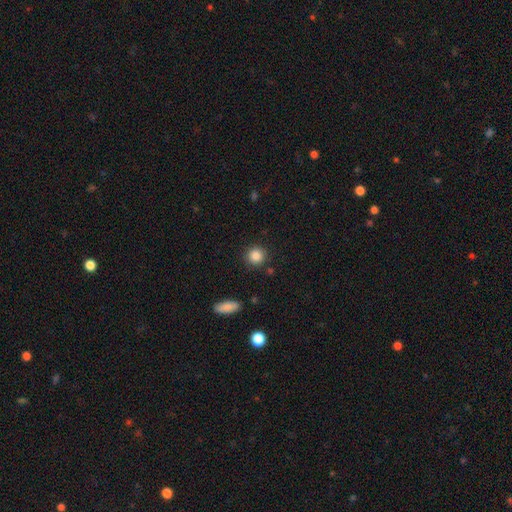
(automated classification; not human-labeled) Smooth or featured? smooth (86%)
How rounded? round (90%)
Merging? none (89%)